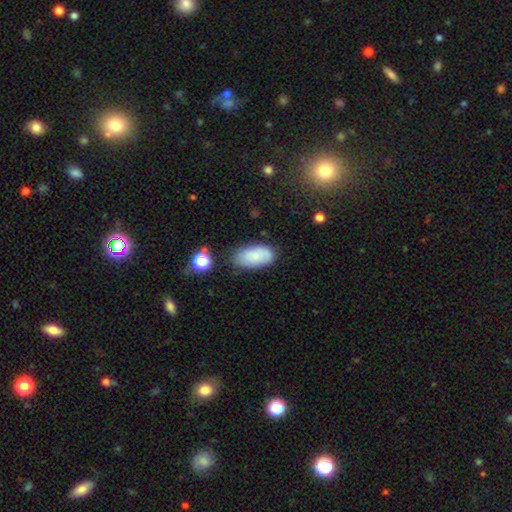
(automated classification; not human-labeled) Smooth or featured? Predicted: smooth (p=0.76). How rounded? Predicted: in between (p=0.94). Merging? Predicted: none (p=0.71).